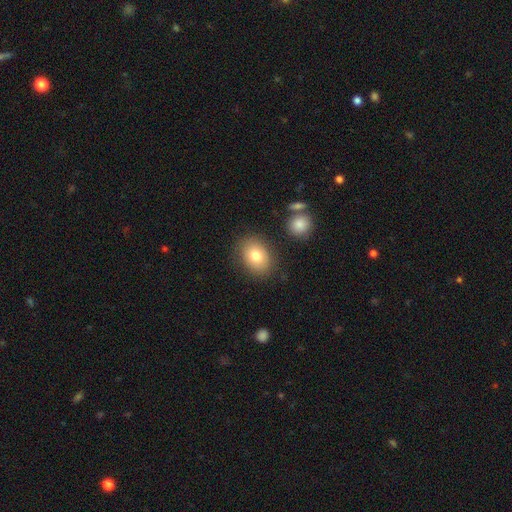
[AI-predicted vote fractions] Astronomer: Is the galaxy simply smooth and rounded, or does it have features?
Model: smooth — 79%.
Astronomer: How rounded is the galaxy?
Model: in between — 64%.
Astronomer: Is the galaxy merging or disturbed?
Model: none — 83%.